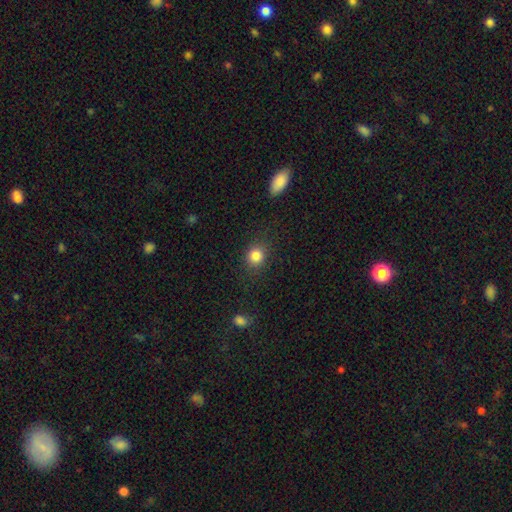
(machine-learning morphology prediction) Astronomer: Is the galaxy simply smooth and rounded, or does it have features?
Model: smooth — 84%.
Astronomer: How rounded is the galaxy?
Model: round — 81%.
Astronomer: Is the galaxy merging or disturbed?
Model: none — 85%.